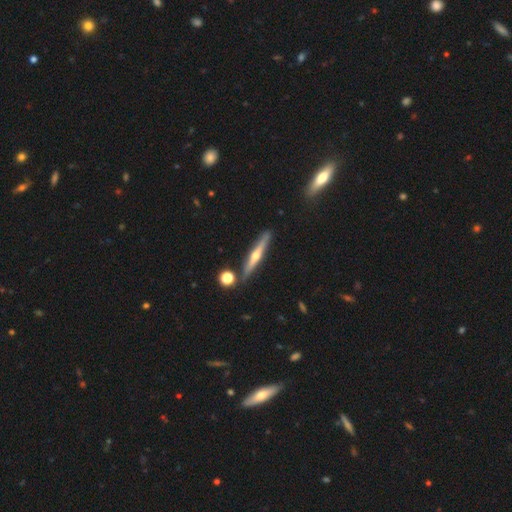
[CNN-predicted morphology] Smooth or featured? featured or disk (68%)
Edge-on disk? yes (96%)
Edge-on bulge? rounded (88%)
Merging? none (85%)